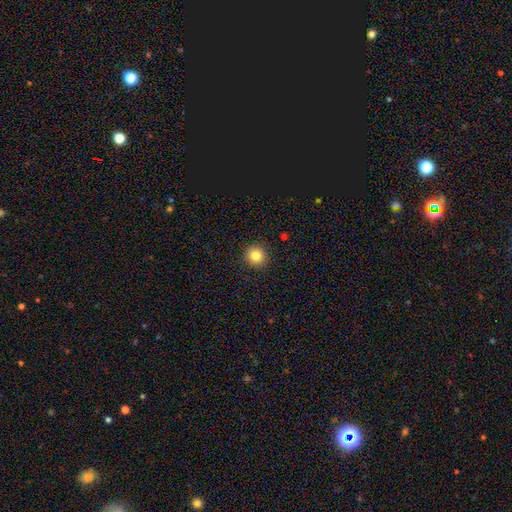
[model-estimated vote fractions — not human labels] A smooth galaxy with no disk features (84%) that is round (92%).

Vote fractions:
- Smooth or featured? smooth: 84% / star or artifact: 11% / featured or disk: 5%
- How rounded? round: 92% / in between: 7% / cigar-shaped: 1%
- Merging? none: 91% / minor disturbance: 6% / major disturbance: 2% / merger: 1%